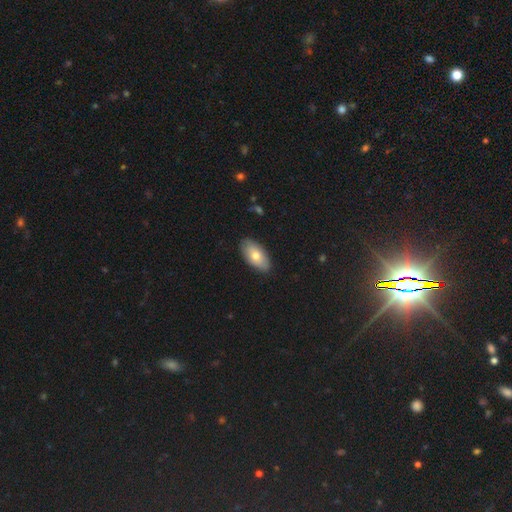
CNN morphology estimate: The model was most divided on "smooth or featured": smooth: 72%, featured or disk: 23%, star or artifact: 6%. More confident: how rounded — in between (93%); merging — none (86%).